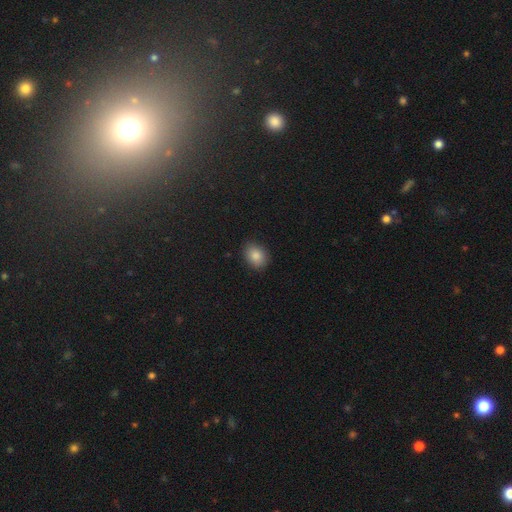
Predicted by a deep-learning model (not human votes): This appears to be a smooth galaxy with no disk features (85%) that is in between round and cigar-shaped (56%). Merging: none (87%).